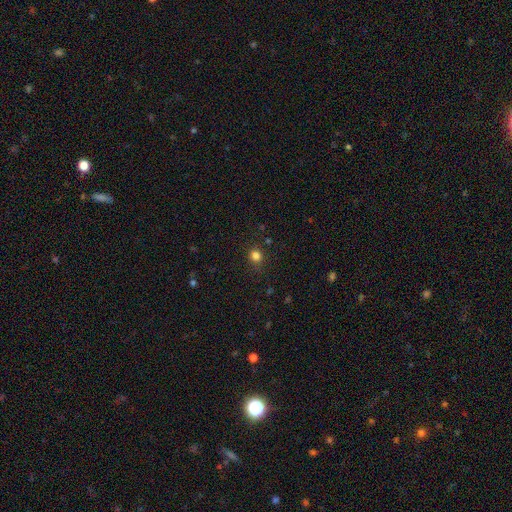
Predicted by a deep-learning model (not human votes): Morphology: type=smooth (81%); roundness=round (89%); merging=none (88%).